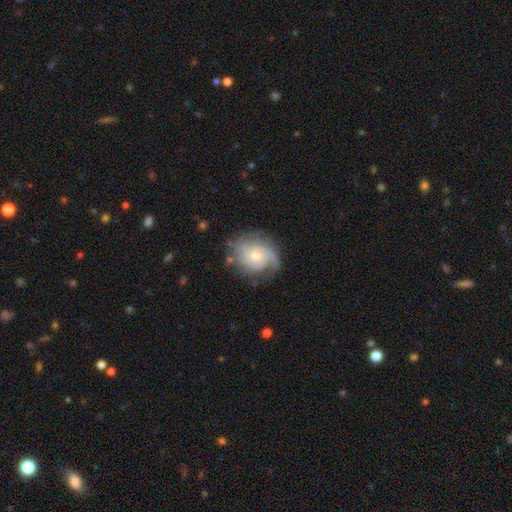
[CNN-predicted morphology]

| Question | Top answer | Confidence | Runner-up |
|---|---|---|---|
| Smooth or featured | featured or disk | 77% | smooth (16%) |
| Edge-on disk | no | 97% | yes (3%) |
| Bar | no | 77% | weak (19%) |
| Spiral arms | yes | 92% | no (8%) |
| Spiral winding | tight | 46% | medium (35%) |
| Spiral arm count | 2 | 31% | can't tell (27%) |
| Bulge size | small | 48% | moderate (47%) |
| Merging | none | 68% | minor disturbance (19%) |